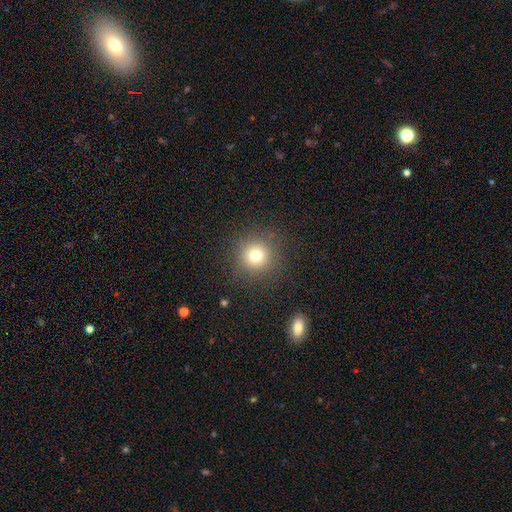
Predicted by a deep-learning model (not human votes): This is likely a smooth galaxy (74%). How rounded: clearly round (94%). Merging: clearly none (87%).